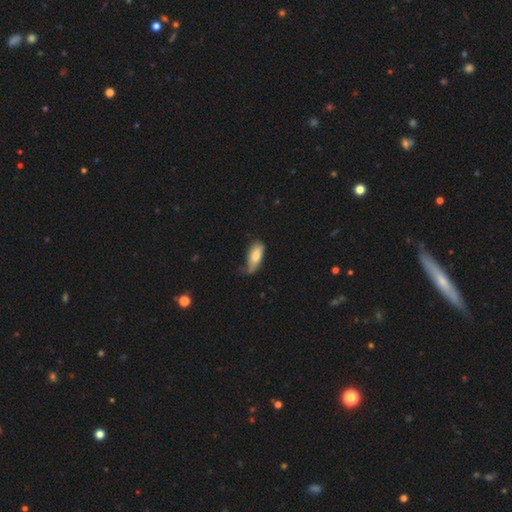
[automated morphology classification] smooth 79%, featured or disk 15%, star or artifact 6%. Down the decision tree: how rounded — in between (86%); merging — none (40%, tied with minor disturbance).